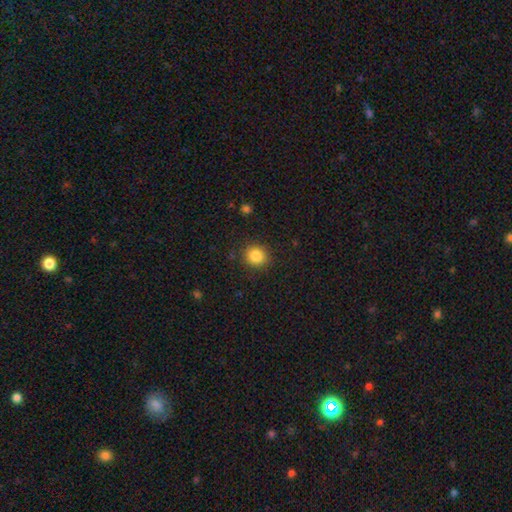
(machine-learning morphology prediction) Smooth or featured? Predicted: smooth (p=0.85). How rounded? Predicted: round (p=0.88). Merging? Predicted: none (p=0.89).